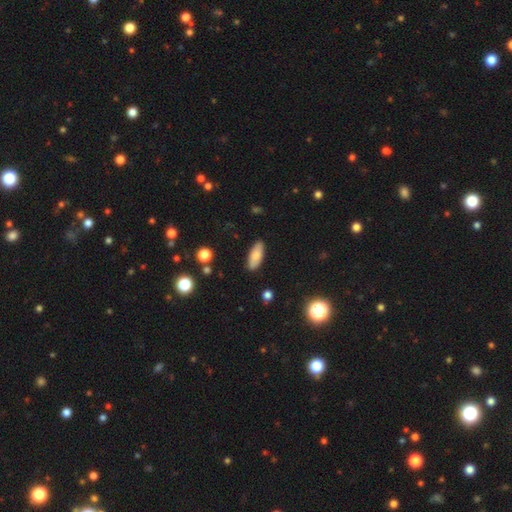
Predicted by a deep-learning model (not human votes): This appears to be a smooth galaxy with no disk features (78%) that is in between round and cigar-shaped (76%). Merging: none (87%).